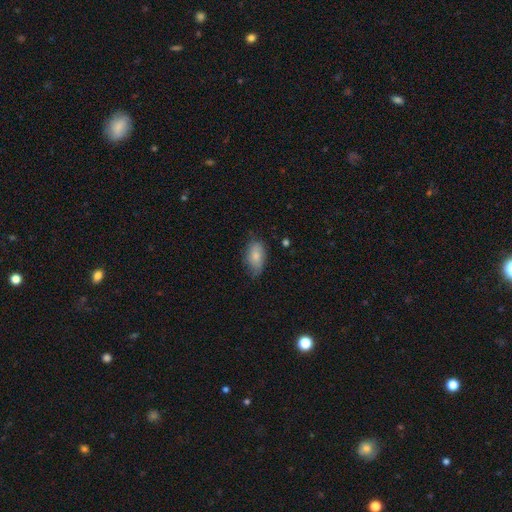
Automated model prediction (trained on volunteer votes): Morphology: type=smooth (79%); roundness=in between (91%); merging=none (61%).